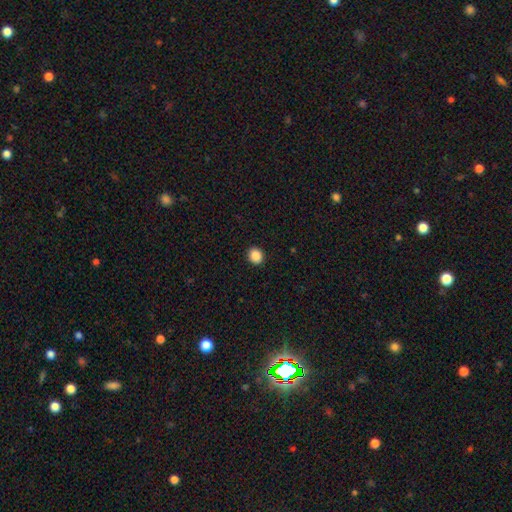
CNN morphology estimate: This is clearly a smooth galaxy (88%). How rounded: likely round (74%). Merging: clearly none (92%).